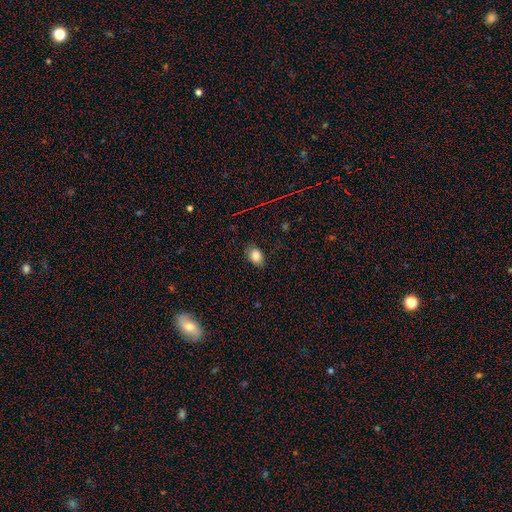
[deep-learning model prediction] Morphology: type=smooth (83%); roundness=in between (74%); merging=none (82%).